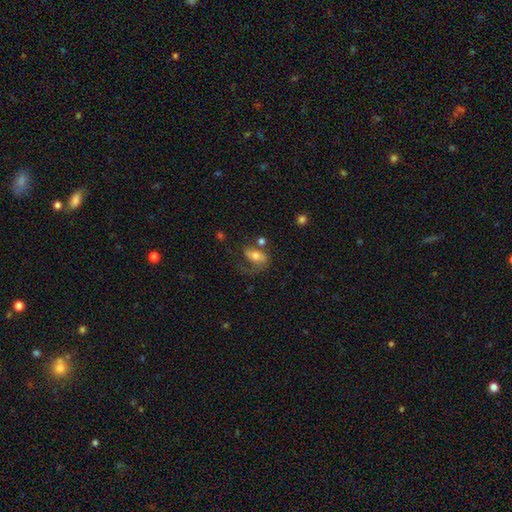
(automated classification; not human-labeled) Smooth or featured? smooth (47%)
Merging? none (39%)